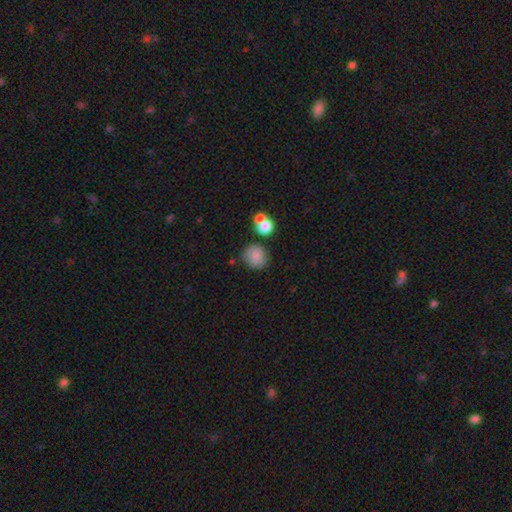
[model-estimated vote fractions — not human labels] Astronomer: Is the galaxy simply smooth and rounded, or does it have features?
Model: smooth — 80%.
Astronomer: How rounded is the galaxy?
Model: round — 78%.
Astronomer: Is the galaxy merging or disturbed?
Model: none — 66%.